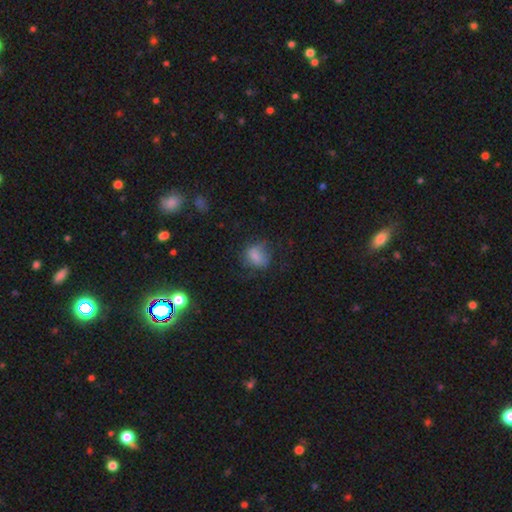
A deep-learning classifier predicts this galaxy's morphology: smooth_or_featured: smooth (p=0.73) [alt: featured or disk p=0.14]
how_rounded: in between (p=0.50) [alt: round p=0.48]
merging: none (p=0.52) [alt: minor disturbance p=0.26]